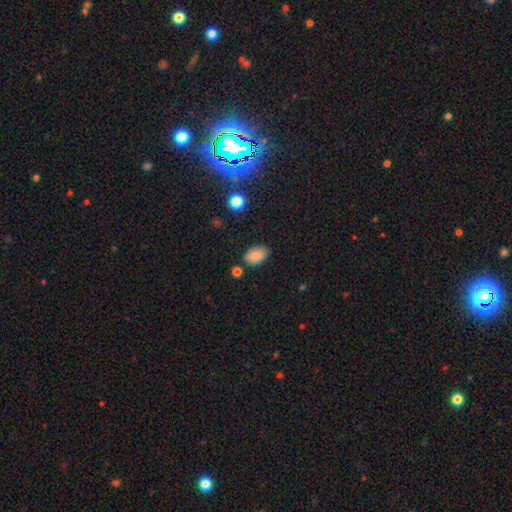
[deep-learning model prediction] The model was most divided on "merging": none: 79%, minor disturbance: 15%, merger: 4%, major disturbance: 3%. More confident: how rounded — in between (89%); smooth or featured — smooth (86%).